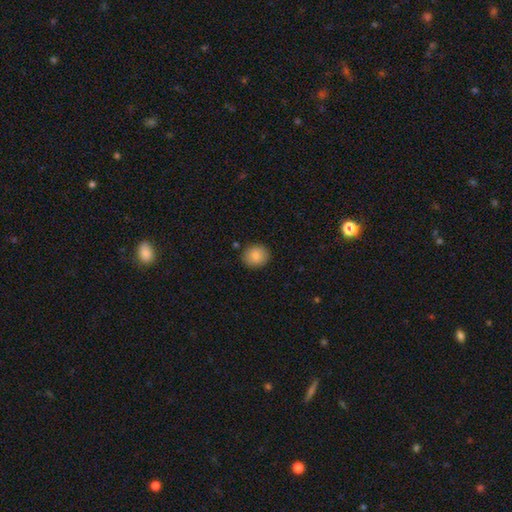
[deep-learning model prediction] smooth_or_featured: smooth (p=0.86) [alt: star or artifact p=0.08]
how_rounded: round (p=0.78) [alt: in between p=0.22]
merging: none (p=0.88) [alt: minor disturbance p=0.08]